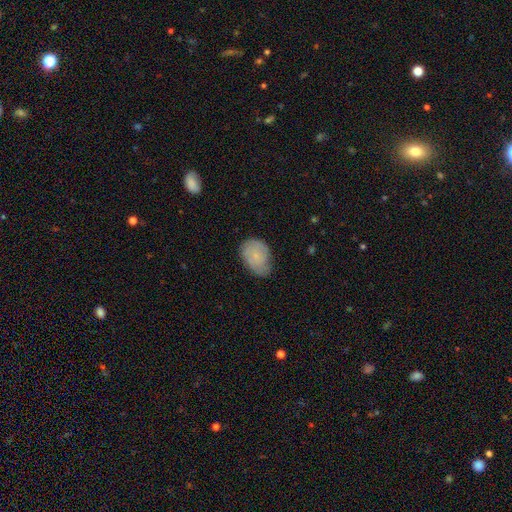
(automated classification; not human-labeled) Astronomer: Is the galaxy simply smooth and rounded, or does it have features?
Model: smooth — 68%.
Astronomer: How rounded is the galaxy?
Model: in between — 77%.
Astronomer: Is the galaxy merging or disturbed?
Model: none — 53% (runner-up: minor disturbance, 37%).